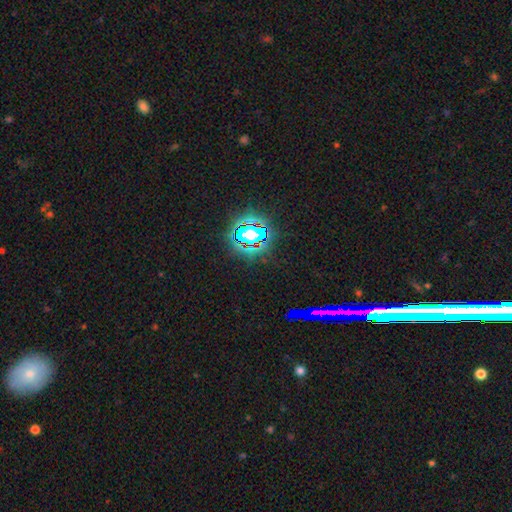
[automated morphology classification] Smooth or featured?
  - star or artifact: 80% *
  - smooth: 11%
  - featured or disk: 10%